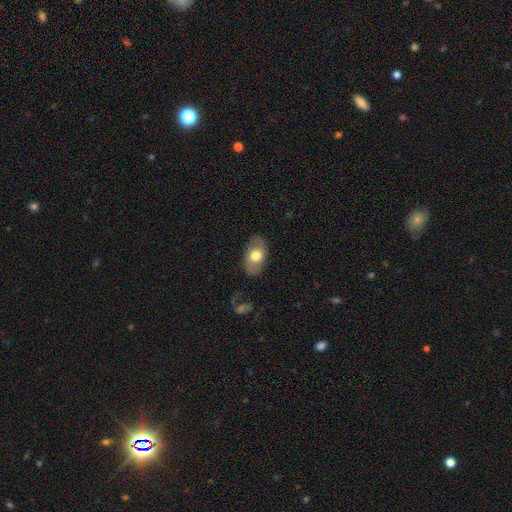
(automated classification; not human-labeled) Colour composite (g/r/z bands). It shows a smooth galaxy with no disk features (68%) that is in between round and cigar-shaped (90%). Merging: none (82%).